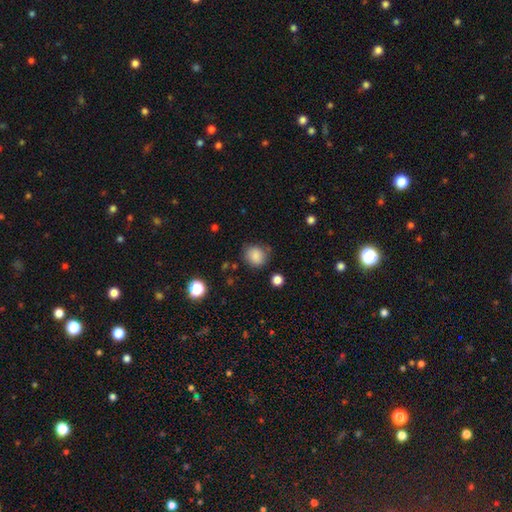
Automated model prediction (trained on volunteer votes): smooth-or-featured: smooth: 84% | star or artifact: 11% | featured or disk: 6%
  how-rounded: round: 76% | in between: 23% | cigar-shaped: 1%
  merging: none: 73% | minor disturbance: 19% | major disturbance: 5% | merger: 3%